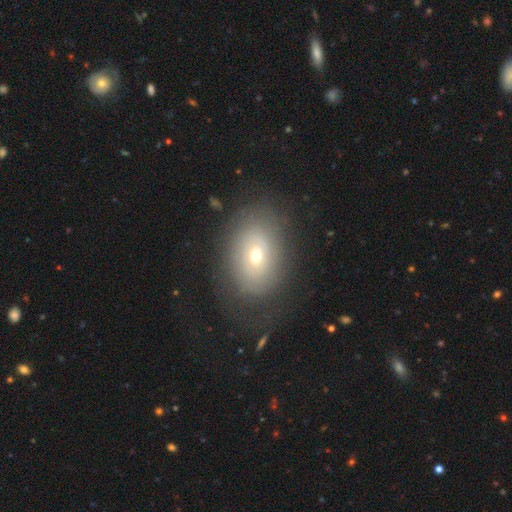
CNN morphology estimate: This appears to be a smooth galaxy with no disk features (54%) that is in between round and cigar-shaped (70%). Merging: none (72%).